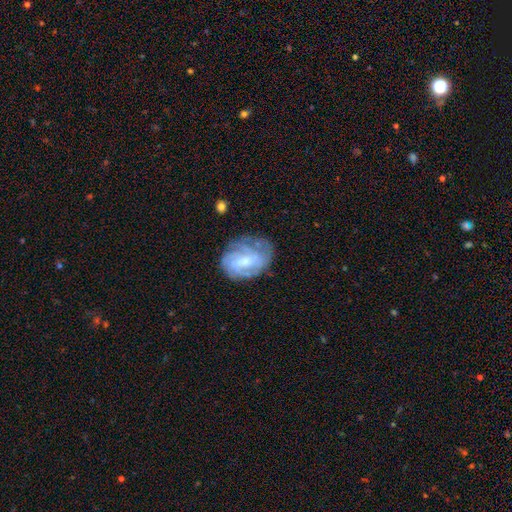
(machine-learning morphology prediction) This is likely a featured or disk galaxy (72%). It is clearly not viewed edge-on (97%). Bar: possibly weak (48%). Spiral arm pattern: clearly yes (85%). Spiral arm count: marginally can't tell (41%). Spiral winding: possibly tight (51%). Central bulge: possibly small (57%). Merging: likely none (63%).